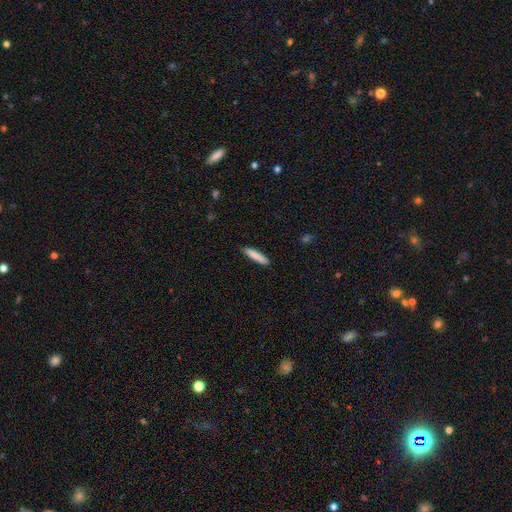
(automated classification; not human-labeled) A smooth galaxy with no disk features (85%) that is cigar-shaped (86%). Merging: none (89%).